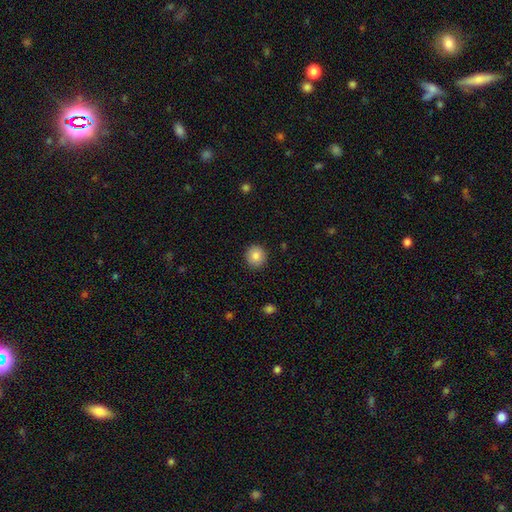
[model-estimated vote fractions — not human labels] This is clearly a smooth galaxy (85%). How rounded: clearly round (92%). Merging: clearly none (92%).